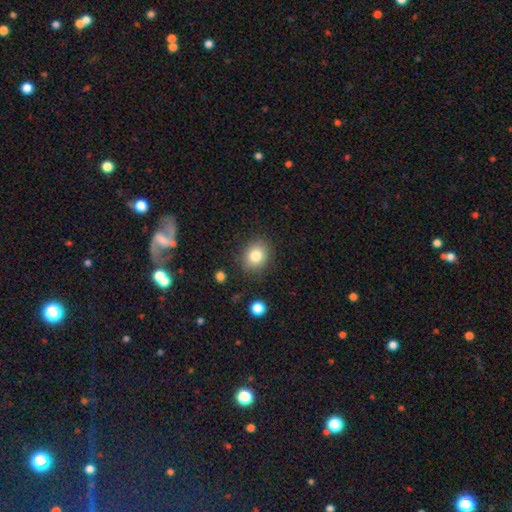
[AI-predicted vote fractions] smooth-or-featured: smooth: 81% | star or artifact: 10% | featured or disk: 9%
  how-rounded: round: 63% | in between: 36% | cigar-shaped: 1%
  merging: none: 84% | minor disturbance: 11% | major disturbance: 3% | merger: 2%